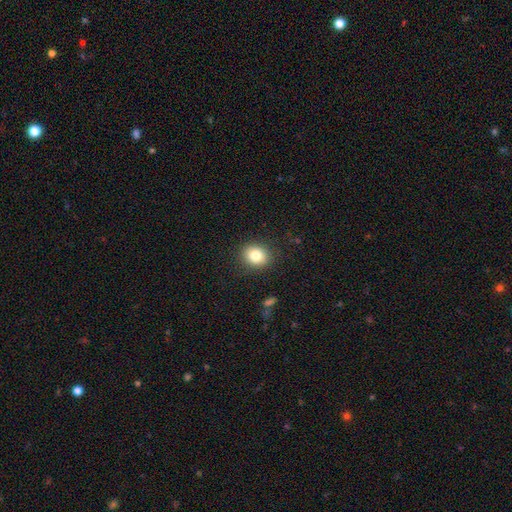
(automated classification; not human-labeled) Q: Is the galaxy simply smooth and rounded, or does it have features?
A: smooth — 82%.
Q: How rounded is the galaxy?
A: round — 64%.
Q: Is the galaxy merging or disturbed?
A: none — 88%.